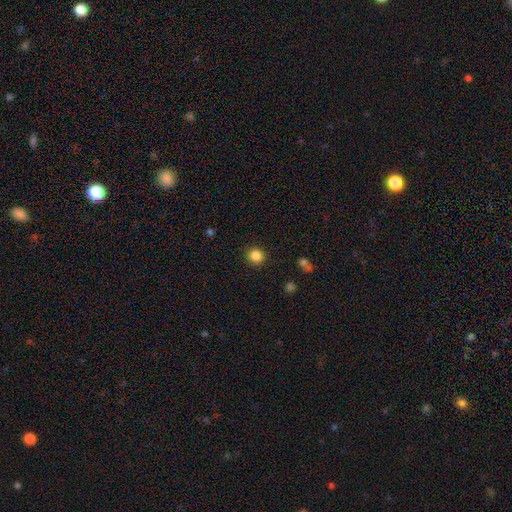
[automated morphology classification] smooth 85%, star or artifact 11%, featured or disk 4%. Down the decision tree: how rounded — round (91%); merging — none (91%).